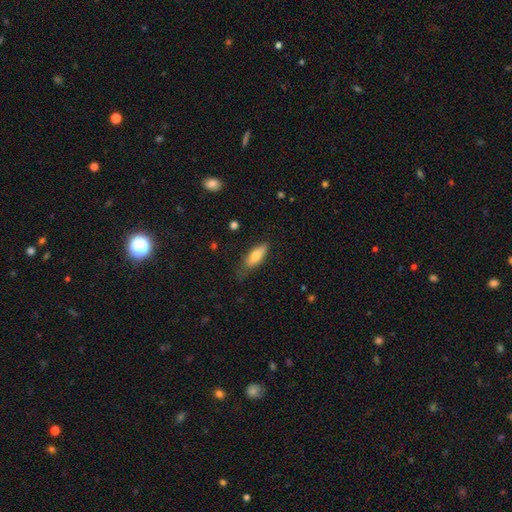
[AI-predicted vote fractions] A smooth galaxy with no disk features (72%) that is in between round and cigar-shaped (63%).

Vote fractions:
- Smooth or featured? smooth: 72% / featured or disk: 21% / star or artifact: 6%
- How rounded? in between: 63% / cigar-shaped: 35% / round: 2%
- Merging? none: 61% / minor disturbance: 29% / major disturbance: 8% / merger: 2%